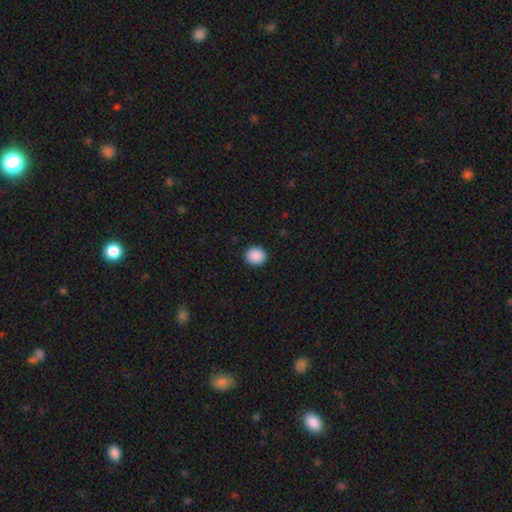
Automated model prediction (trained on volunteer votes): Smooth or featured? Predicted: smooth (p=0.90). How rounded? Predicted: round (p=0.83). Merging? Predicted: none (p=0.91).